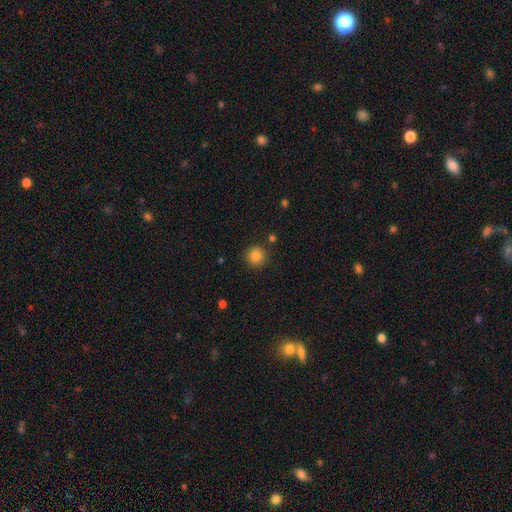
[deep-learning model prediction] Smooth or featured: smooth — 85% (star or artifact — 11%)
How rounded: round — 93% (in between — 6%)
Merging: none — 87% (minor disturbance — 7%)